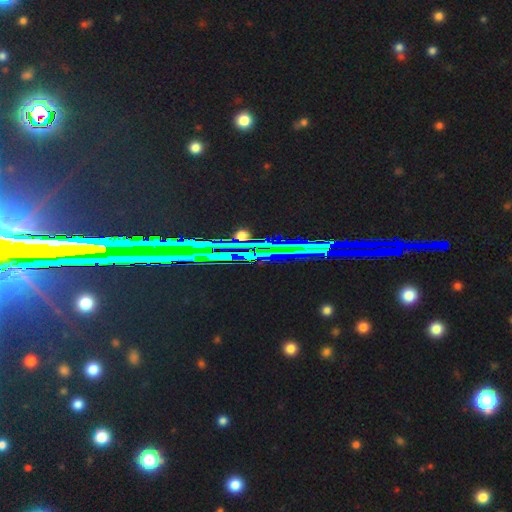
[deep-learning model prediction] This is clearly a star or artifact rather than a galaxy (82%).